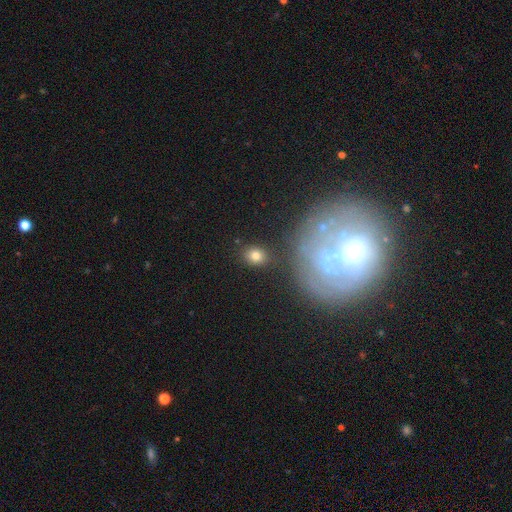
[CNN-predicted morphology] type=smooth (79%); roundness=round (56%); merging=none (83%).